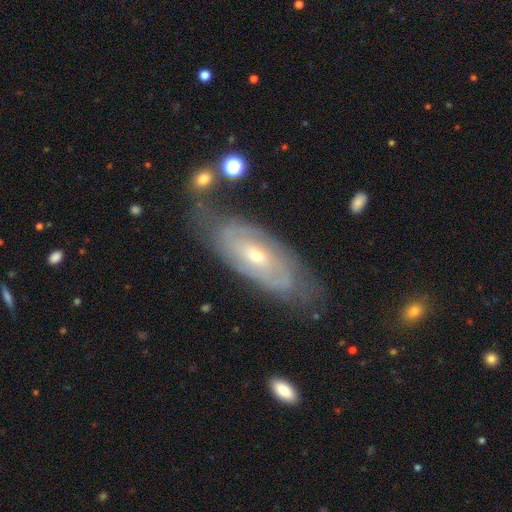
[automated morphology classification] Smooth or featured?
  - featured or disk: 77% *
  - smooth: 16%
  - star or artifact: 7%
Edge-on disk?
  - no: 88% *
  - yes: 12%
Bar?
  - no: 64% *
  - weak: 29%
  - strong: 8%
Spiral arms?
  - yes: 82% *
  - no: 18%
Spiral winding?
  - tight: 70% *
  - medium: 23%
  - loose: 7%
Spiral arm count?
  - can't tell: 52% *
  - 2: 32%
  - 3: 7%
  - 1: 4%
  - 4: 4%
  - more than 4: 3%
Bulge size?
  - small: 52% *
  - moderate: 45%
  - large: 2%
  - none: 1%
  - dominant: 1%
Merging?
  - none: 68% *
  - minor disturbance: 20%
  - major disturbance: 8%
  - merger: 4%